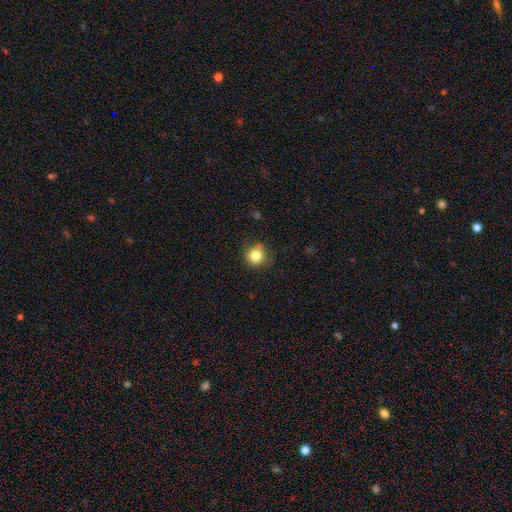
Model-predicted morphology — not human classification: smooth-or-featured: smooth: 82% | star or artifact: 11% | featured or disk: 7%
  how-rounded: round: 87% | in between: 12% | cigar-shaped: 1%
  merging: none: 78% | minor disturbance: 17% | major disturbance: 4% | merger: 2%